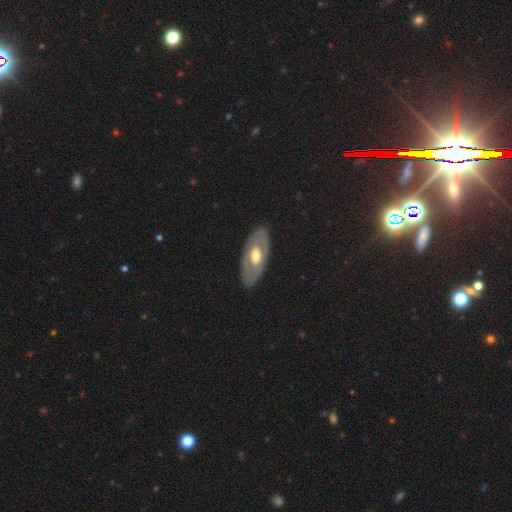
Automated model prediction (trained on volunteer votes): Q: Smooth or featured?
A: featured or disk (60%); runner-up: smooth (35%)
Q: Edge-on disk?
A: no (83%); runner-up: yes (17%)
Q: Bar?
A: no (70%); runner-up: weak (22%)
Q: Spiral arms?
A: no (81%); runner-up: yes (19%)
Q: Bulge size?
A: moderate (64%); runner-up: large (27%)
Q: Merging?
A: none (84%); runner-up: minor disturbance (11%)